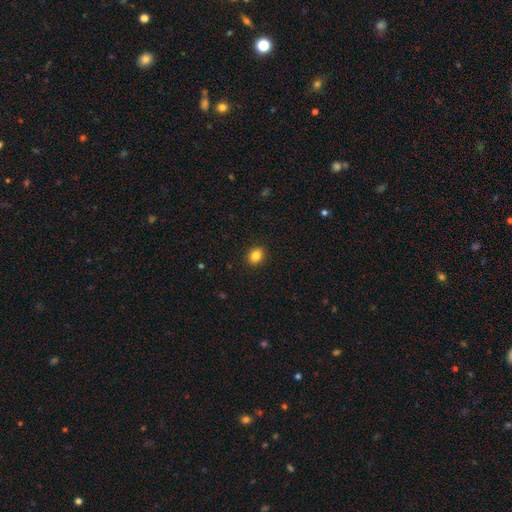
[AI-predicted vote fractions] smooth_or_featured: smooth (p=0.84) [alt: star or artifact p=0.10]
how_rounded: round (p=0.53) [alt: in between p=0.46]
merging: none (p=0.91) [alt: minor disturbance p=0.06]